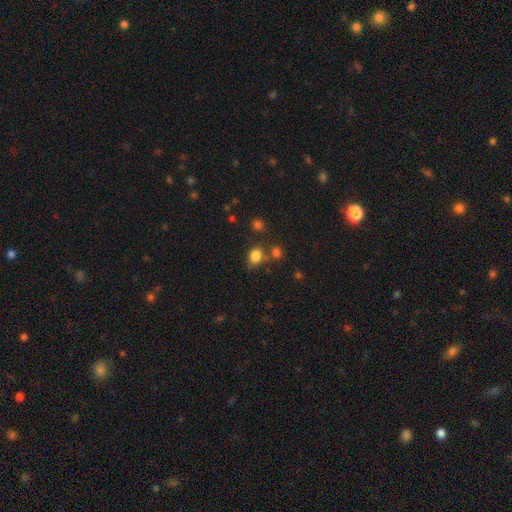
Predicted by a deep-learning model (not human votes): Smooth or featured? Predicted: smooth (p=0.81). How rounded? Predicted: in between (p=0.51). Merging? Predicted: none (p=0.62).